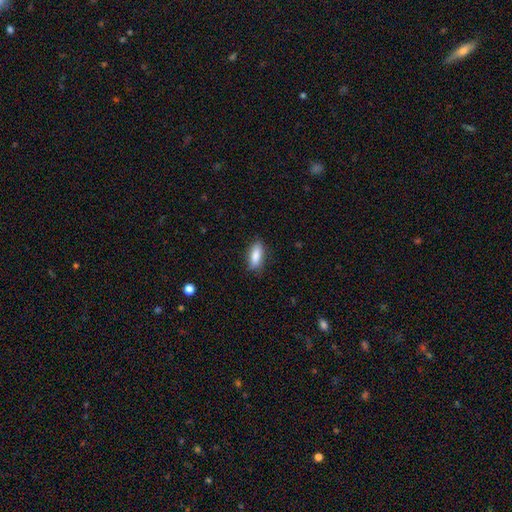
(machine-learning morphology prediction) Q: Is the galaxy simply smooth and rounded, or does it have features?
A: smooth — 85%.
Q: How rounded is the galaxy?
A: in between — 74%.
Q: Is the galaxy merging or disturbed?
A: none — 81%.